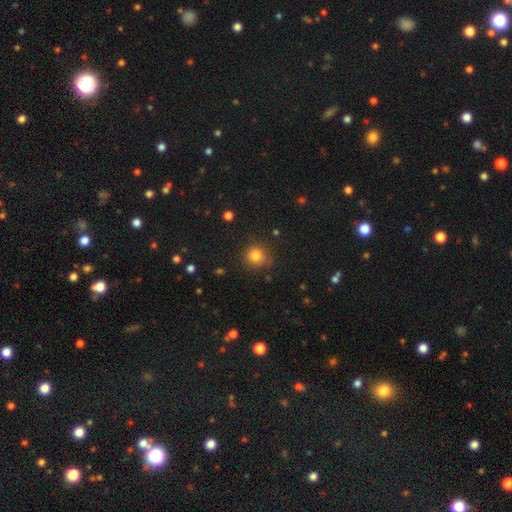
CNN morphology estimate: Smooth or featured: smooth — 81% (star or artifact — 12%)
How rounded: round — 88% (in between — 11%)
Merging: none — 76% (minor disturbance — 17%)